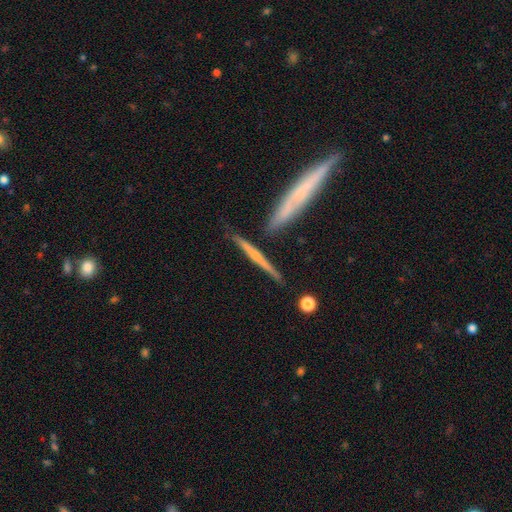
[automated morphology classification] This appears to be a featured or disk galaxy (61%) viewed edge-on (95%) with no central bulge (49%). Merging: none (76%).